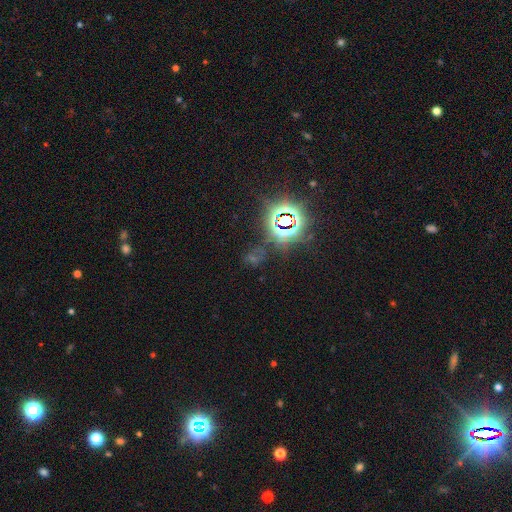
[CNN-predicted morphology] Overall: star or artifact (76%).